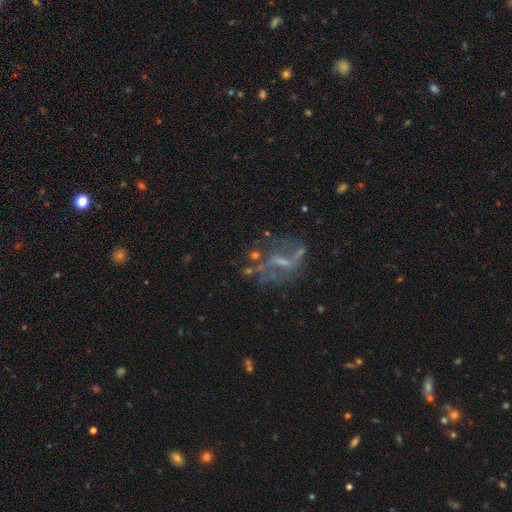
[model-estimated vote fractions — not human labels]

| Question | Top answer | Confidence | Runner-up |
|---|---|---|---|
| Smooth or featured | featured or disk | 69% | smooth (16%) |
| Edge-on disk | no | 94% | yes (6%) |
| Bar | weak | 43% | strong (31%) |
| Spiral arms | yes | 60% | no (40%) |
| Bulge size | none | 40% | small (35%) |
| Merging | none | 48% | major disturbance (25%) |